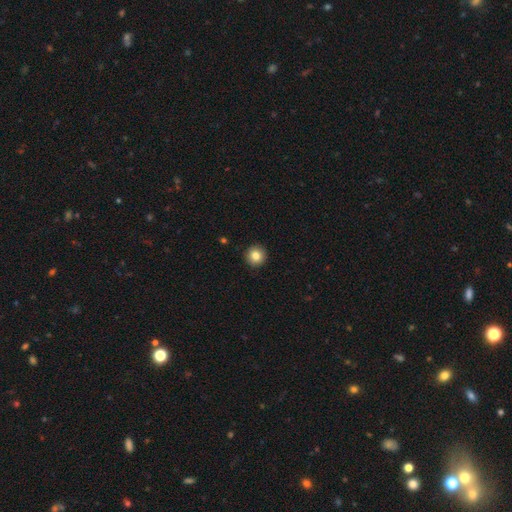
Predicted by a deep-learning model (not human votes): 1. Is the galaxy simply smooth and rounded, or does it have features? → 84% smooth, 9% star or artifact, 7% featured or disk.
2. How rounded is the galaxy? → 95% round, 4% in between, 1% cigar-shaped.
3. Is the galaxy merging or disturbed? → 93% none, 5% minor disturbance, 1% major disturbance, 1% merger.